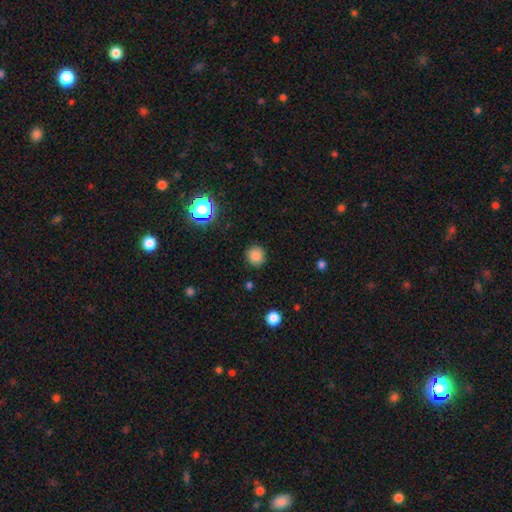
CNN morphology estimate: Q: Smooth or featured?
A: smooth (82%); runner-up: star or artifact (14%)
Q: How rounded?
A: round (92%); runner-up: in between (7%)
Q: Merging?
A: none (89%); runner-up: minor disturbance (7%)